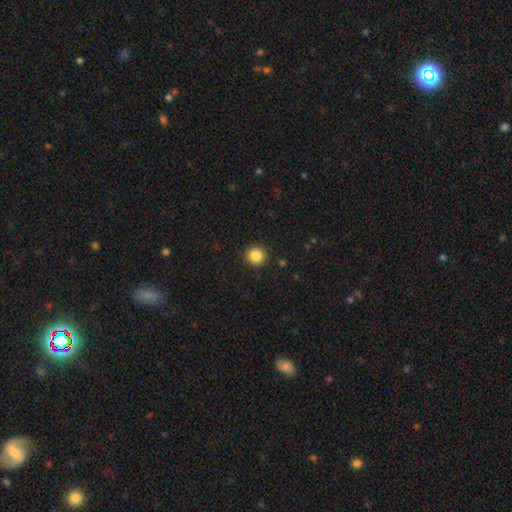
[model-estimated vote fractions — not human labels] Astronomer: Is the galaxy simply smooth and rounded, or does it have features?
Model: smooth — 86%.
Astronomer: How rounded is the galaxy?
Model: round — 94%.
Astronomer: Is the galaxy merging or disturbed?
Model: none — 92%.